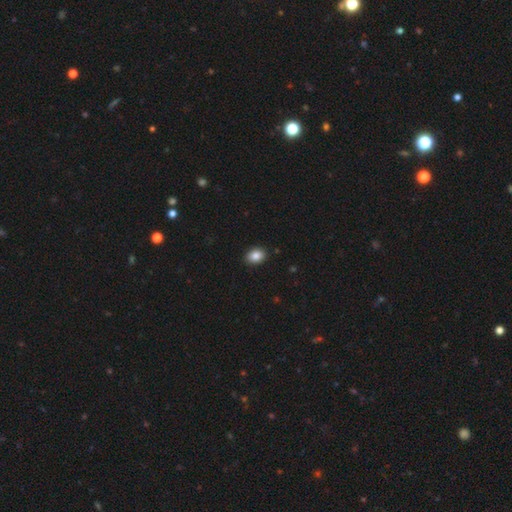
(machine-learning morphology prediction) The model was most divided on "how rounded": in between: 72%, round: 27%, cigar-shaped: 1%. More confident: merging — none (90%); smooth or featured — smooth (86%).